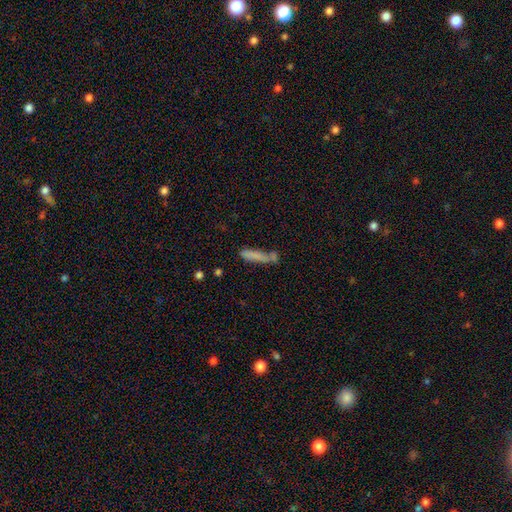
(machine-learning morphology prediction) This appears to be a smooth galaxy with no disk features (70%) that is cigar-shaped (85%). Merging: none (51%).